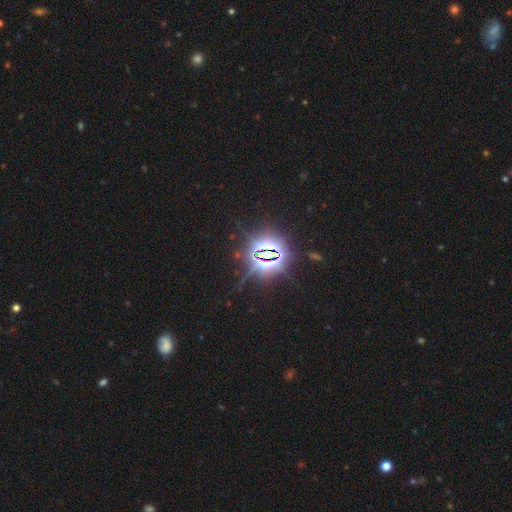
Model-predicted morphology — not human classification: The model was most divided on "smooth or featured": star or artifact: 85%, smooth: 9%, featured or disk: 6%.